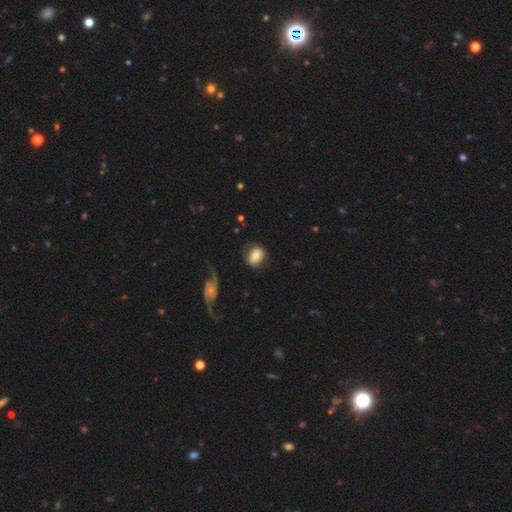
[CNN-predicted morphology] Smooth or featured? smooth (69%)
How rounded? round (55%)
Merging? none (65%)